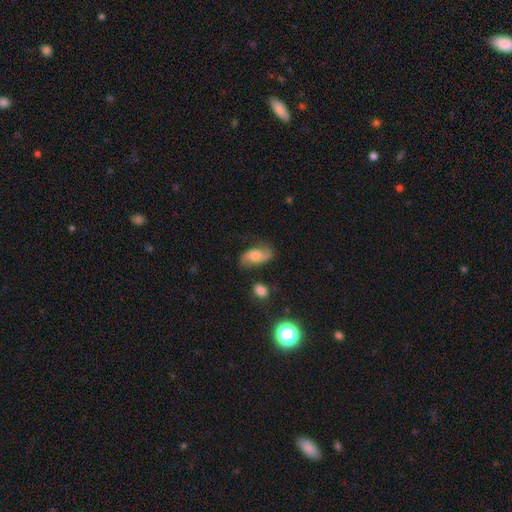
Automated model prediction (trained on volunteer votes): smooth_or_featured: featured or disk (p=0.47) [alt: smooth p=0.44]
merging: none (p=0.66) [alt: minor disturbance p=0.22]